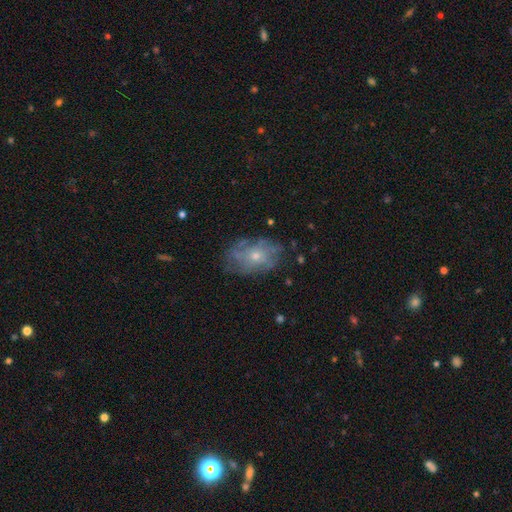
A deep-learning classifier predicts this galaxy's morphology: Smooth or featured? Predicted: featured or disk (p=0.59). Edge-on disk? Predicted: no (p=0.95). Bar? Predicted: no (p=0.86). Spiral arms? Predicted: yes (p=0.57). Bulge size? Predicted: small (p=0.58). Merging? Predicted: none (p=0.68).